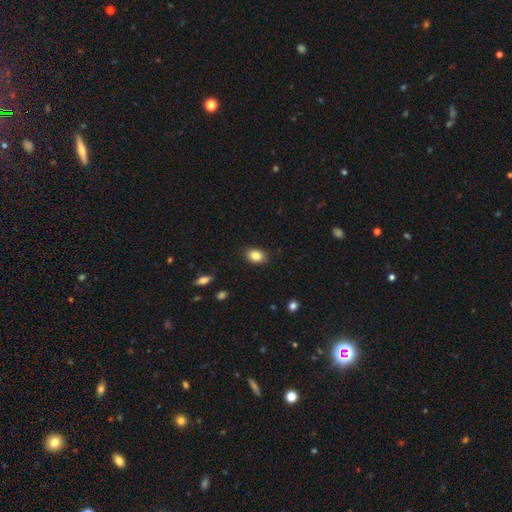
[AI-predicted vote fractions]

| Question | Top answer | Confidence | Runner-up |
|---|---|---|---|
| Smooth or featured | smooth | 85% | star or artifact (9%) |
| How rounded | in between | 80% | round (19%) |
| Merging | none | 88% | minor disturbance (9%) |